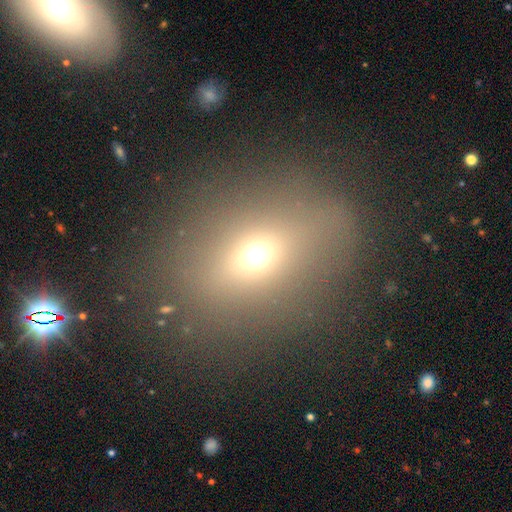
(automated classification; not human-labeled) smooth 60%, star or artifact 21%, featured or disk 19%. Down the decision tree: how rounded — round (49%); merging — none (77%).